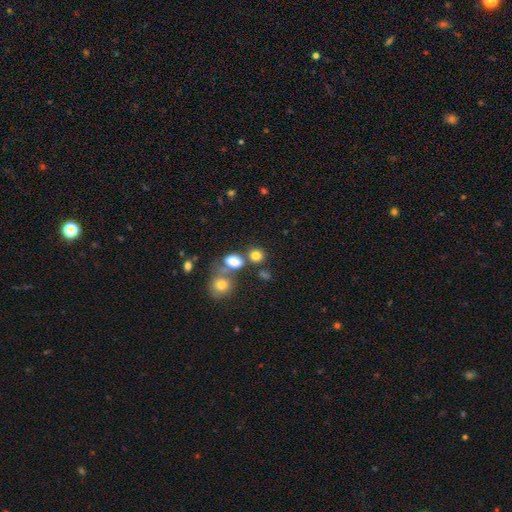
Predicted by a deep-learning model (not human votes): Overall: smooth (80%). How rounded: round (74%). Merging: none (60%; merger 24%).